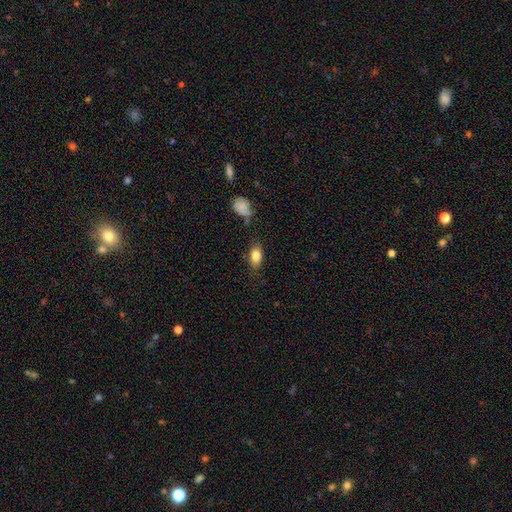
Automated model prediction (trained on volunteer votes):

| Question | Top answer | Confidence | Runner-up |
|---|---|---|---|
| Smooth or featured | smooth | 82% | featured or disk (10%) |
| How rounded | in between | 87% | round (8%) |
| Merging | none | 73% | minor disturbance (18%) |